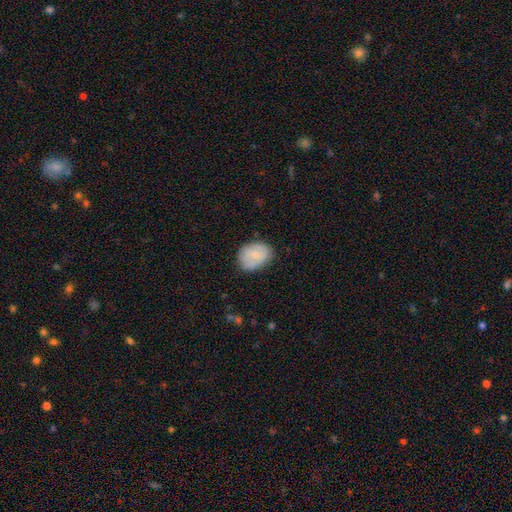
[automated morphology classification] Q: Smooth or featured?
A: smooth (66%); runner-up: featured or disk (26%)
Q: How rounded?
A: in between (68%); runner-up: round (31%)
Q: Merging?
A: none (73%); runner-up: minor disturbance (21%)